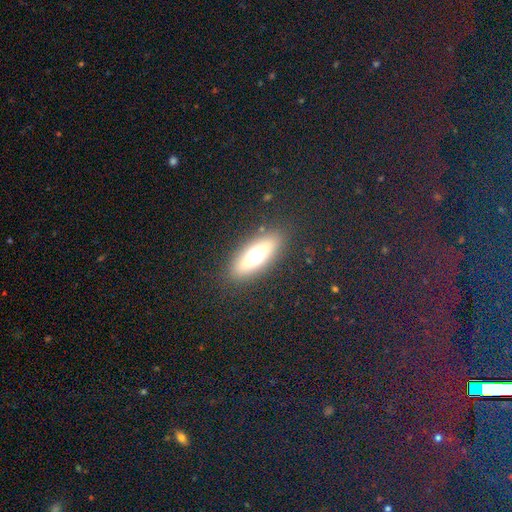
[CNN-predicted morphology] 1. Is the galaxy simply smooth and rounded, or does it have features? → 55% smooth, 35% featured or disk, 11% star or artifact.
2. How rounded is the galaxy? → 58% in between, 38% cigar-shaped, 4% round.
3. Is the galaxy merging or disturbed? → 85% none, 9% minor disturbance, 4% major disturbance, 1% merger.